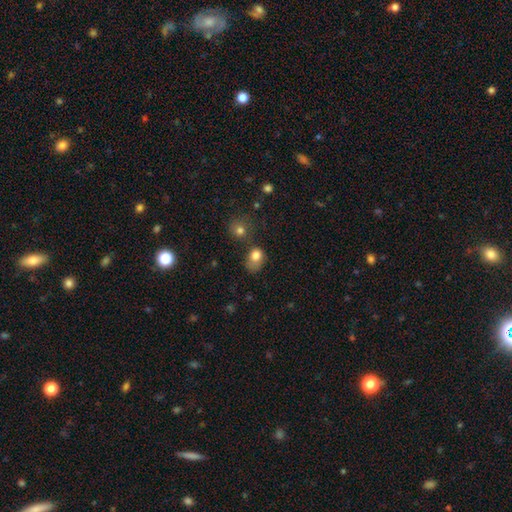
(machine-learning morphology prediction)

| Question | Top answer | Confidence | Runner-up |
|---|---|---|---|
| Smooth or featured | smooth | 79% | star or artifact (11%) |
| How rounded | in between | 54% | round (45%) |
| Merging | none | 34% | minor disturbance (29%) |